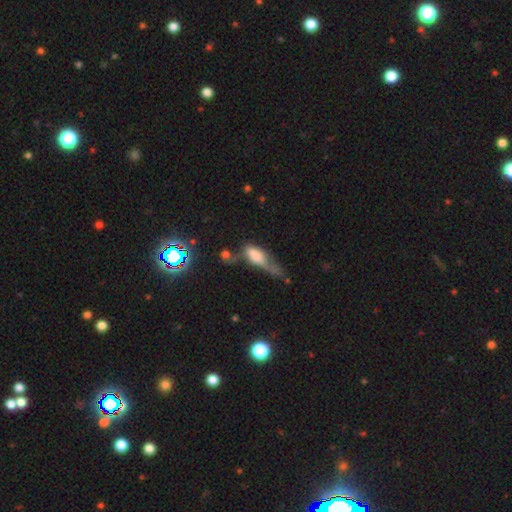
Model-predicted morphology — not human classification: Smooth or featured? Predicted: smooth (p=0.60). How rounded? Predicted: in between (p=0.69). Merging? Predicted: major disturbance (p=0.40).